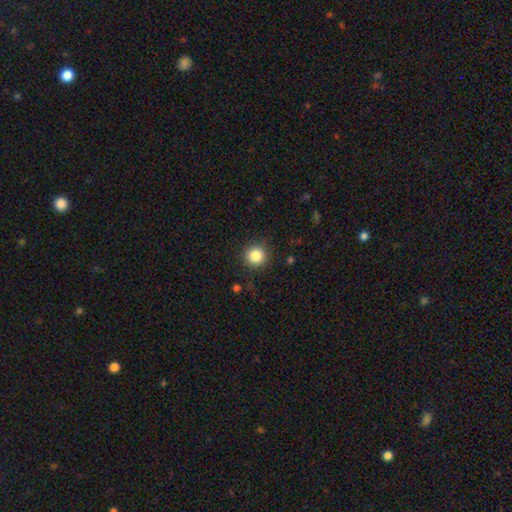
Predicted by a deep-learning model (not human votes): smooth 85%, star or artifact 11%, featured or disk 4%. Down the decision tree: how rounded — round (94%); merging — none (89%).